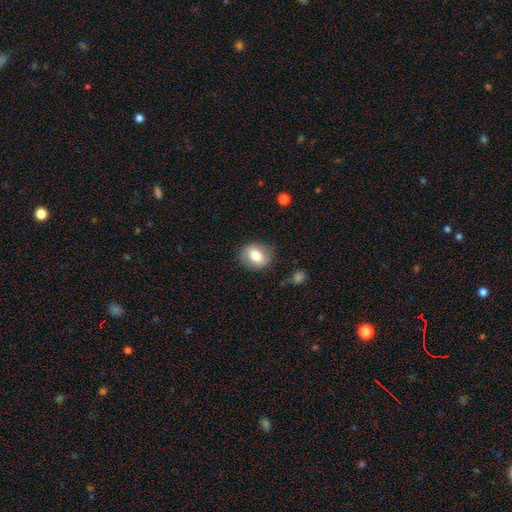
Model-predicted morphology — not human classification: smooth 77%, featured or disk 15%, star or artifact 8%. Down the decision tree: how rounded — round (51%); merging — none (80%).